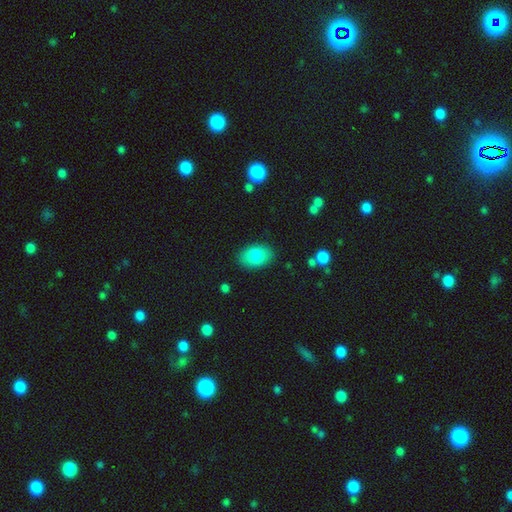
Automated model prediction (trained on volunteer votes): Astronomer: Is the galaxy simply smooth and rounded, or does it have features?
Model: smooth — 81%.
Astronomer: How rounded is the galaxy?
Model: in between — 85%.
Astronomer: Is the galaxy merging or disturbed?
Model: none — 87%.